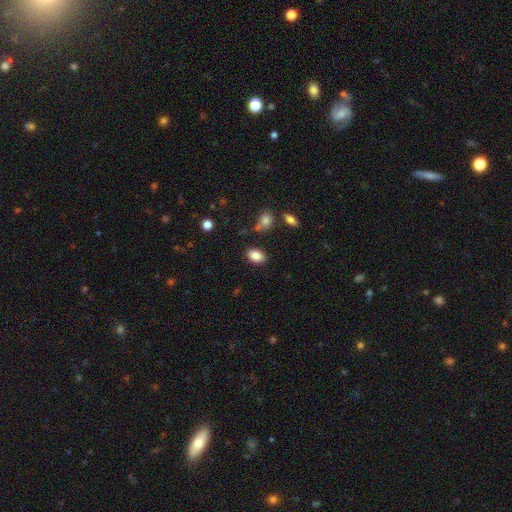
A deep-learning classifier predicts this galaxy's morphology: This appears to be a smooth galaxy with no disk features (85%) that is in between round and cigar-shaped (88%). Merging: none (83%).